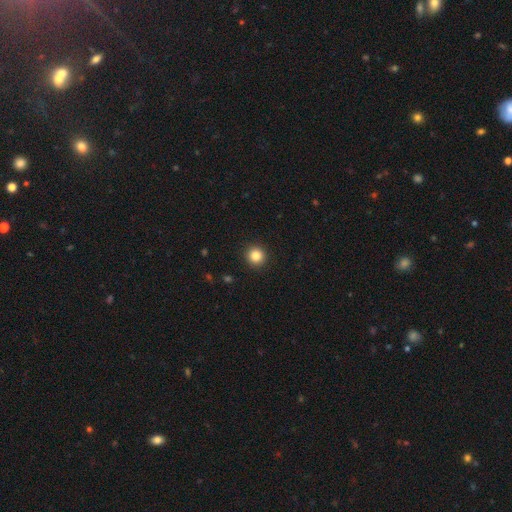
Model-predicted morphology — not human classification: The model was most divided on "smooth or featured": smooth: 85%, star or artifact: 11%, featured or disk: 4%. More confident: how rounded — round (95%); merging — none (93%).